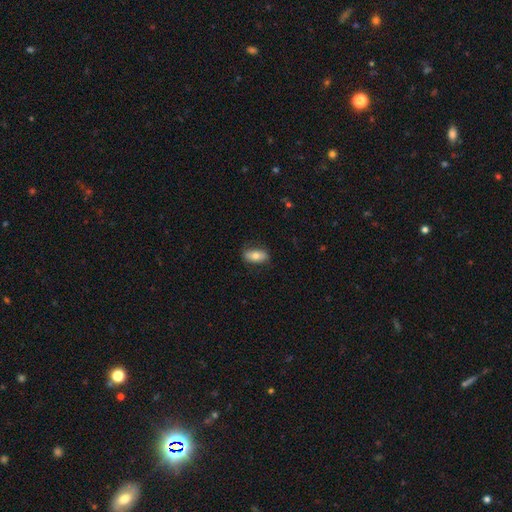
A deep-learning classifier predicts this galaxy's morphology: Smooth or featured? Predicted: smooth (p=0.71). How rounded? Predicted: in between (p=0.87). Merging? Predicted: none (p=0.78).